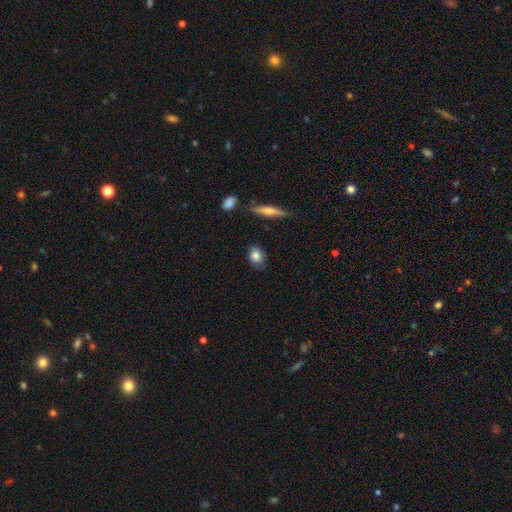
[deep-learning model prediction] Smooth or featured?
  - smooth: 80% *
  - featured or disk: 12%
  - star or artifact: 8%
How rounded?
  - in between: 70% *
  - round: 26%
  - cigar-shaped: 4%
Merging?
  - none: 76% *
  - minor disturbance: 18%
  - major disturbance: 4%
  - merger: 2%